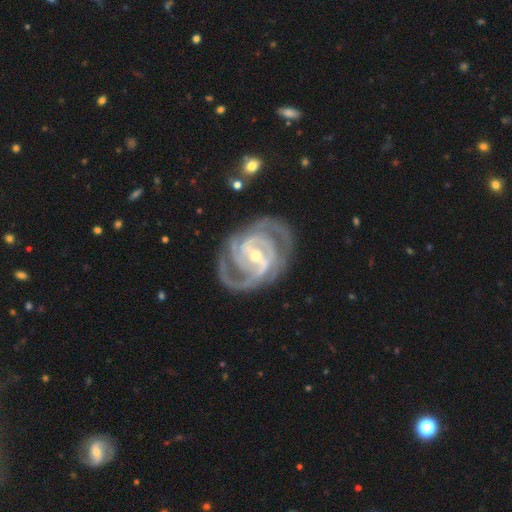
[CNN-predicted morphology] The model was most divided on "bar": strong: 47%, weak: 39%, no: 15%. Remaining: spiral arms — yes (98%); edge-on disk — no (98%); smooth or featured — featured or disk (93%); merging — none (73%); bulge size — small (57%); spiral winding — tight (52%); spiral arm count — 3 (41%).